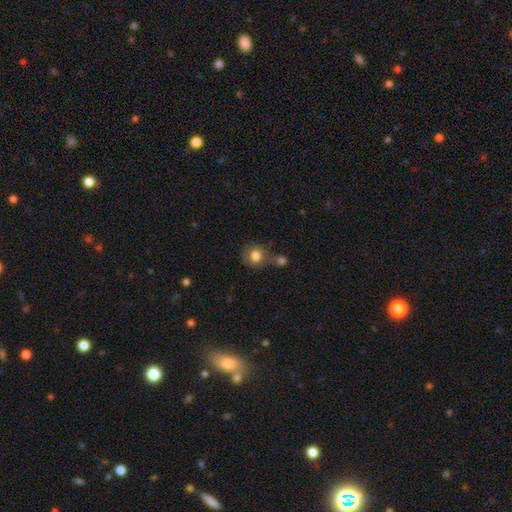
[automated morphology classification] The model was most divided on "merging": none: 48%, merger: 29%, minor disturbance: 15%, major disturbance: 7%. More confident: how rounded — round (84%); smooth or featured — smooth (81%).